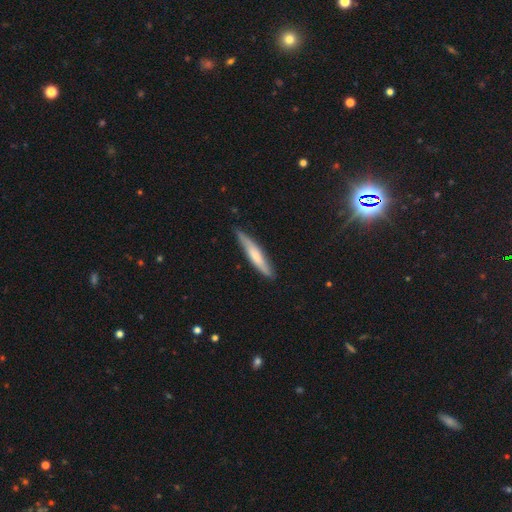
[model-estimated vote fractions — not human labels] Smooth or featured?
  - smooth: 59% *
  - featured or disk: 36%
  - star or artifact: 5%
How rounded?
  - cigar-shaped: 91% *
  - in between: 8%
  - round: 1%
Merging?
  - none: 79% *
  - minor disturbance: 17%
  - major disturbance: 2%
  - merger: 1%